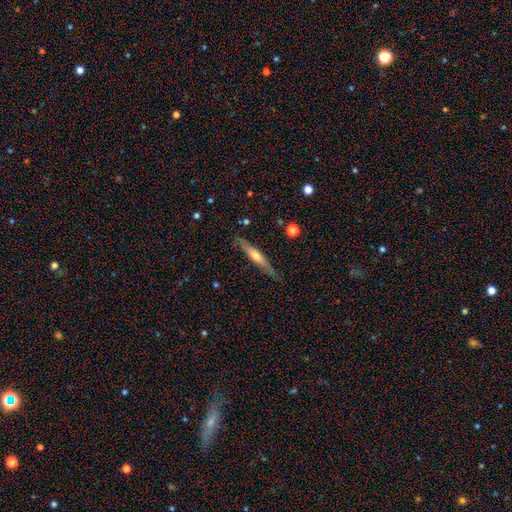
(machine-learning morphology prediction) Smooth or featured? Predicted: featured or disk (p=0.56). Edge-on disk? Predicted: yes (p=0.91). Edge-on bulge? Predicted: rounded (p=0.74). Merging? Predicted: none (p=0.78).